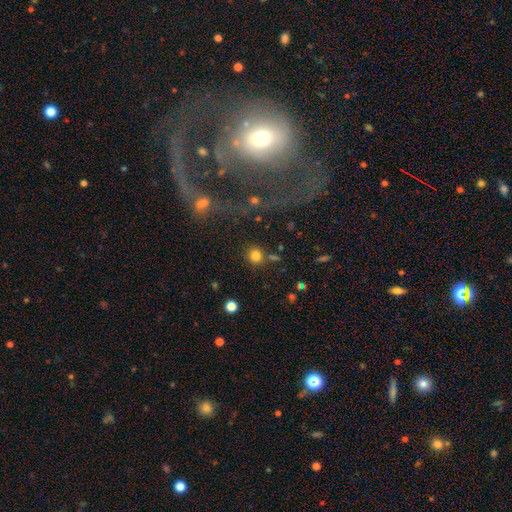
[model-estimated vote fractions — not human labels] smooth_or_featured: smooth (p=0.81) [alt: star or artifact p=0.13]
how_rounded: round (p=0.92) [alt: in between p=0.07]
merging: none (p=0.81) [alt: minor disturbance p=0.09]